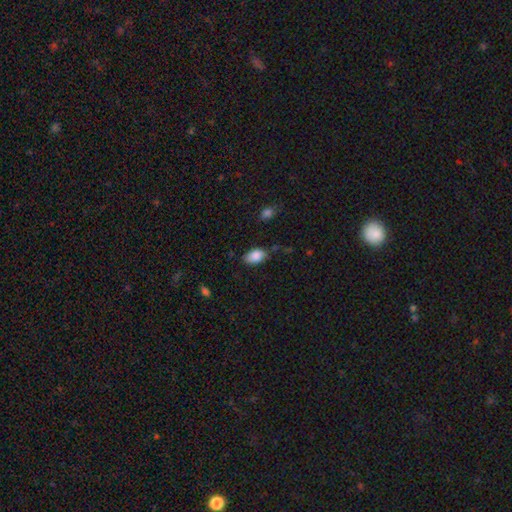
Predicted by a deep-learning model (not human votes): Smooth or featured? Predicted: smooth (p=0.87). How rounded? Predicted: in between (p=0.91). Merging? Predicted: none (p=0.75).